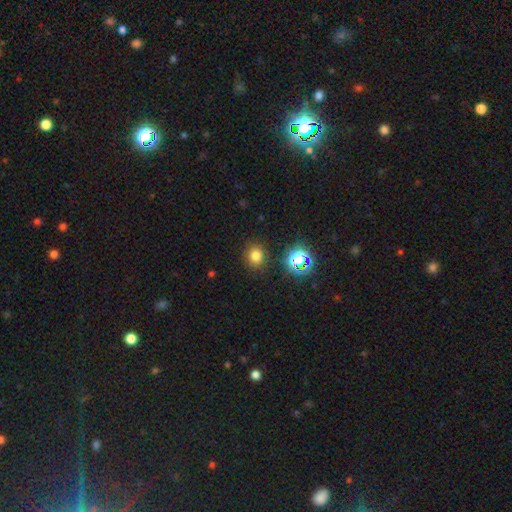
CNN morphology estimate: A smooth galaxy with no disk features (75%) that is round (77%). Merging: none (87%).